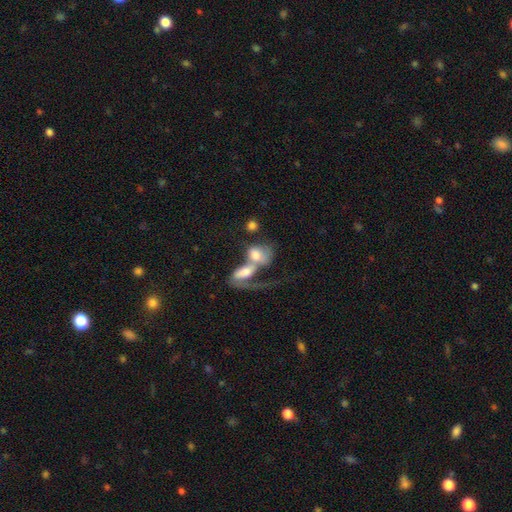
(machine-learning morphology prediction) Smooth or featured? smooth (55%)
How rounded? in between (73%)
Merging? merger (76%)